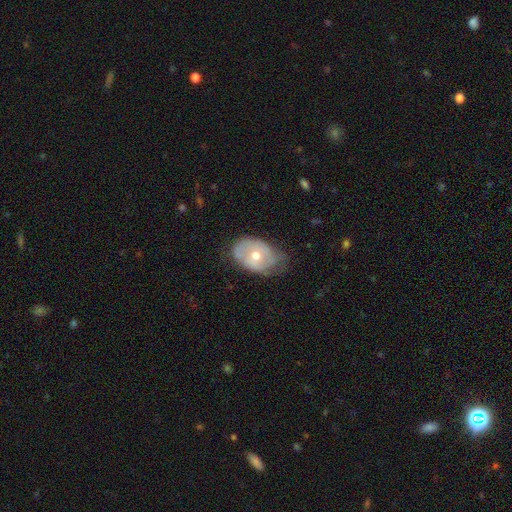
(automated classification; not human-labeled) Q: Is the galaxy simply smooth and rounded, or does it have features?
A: smooth — 48%.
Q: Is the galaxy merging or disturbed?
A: none — 50%.